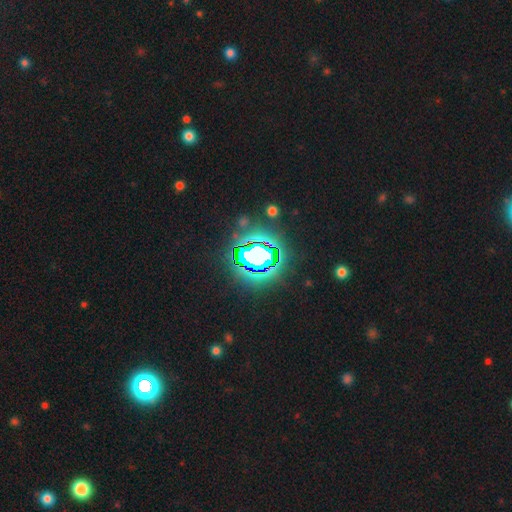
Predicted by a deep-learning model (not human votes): The model was most divided on "smooth or featured": star or artifact: 69%, smooth: 18%, featured or disk: 13%.